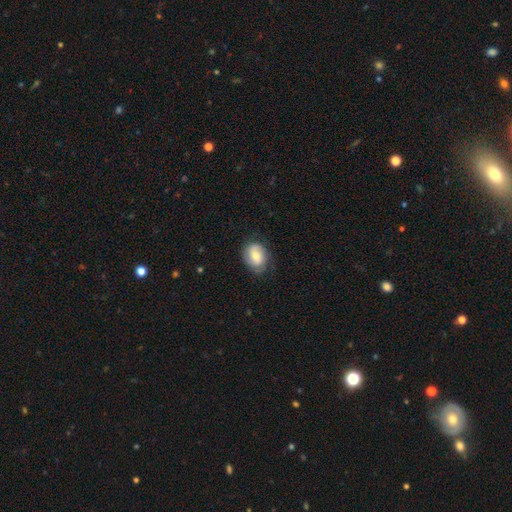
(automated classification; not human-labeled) This appears to be a smooth galaxy with no disk features (62%) that is in between round and cigar-shaped (69%). Merging: none (69%).